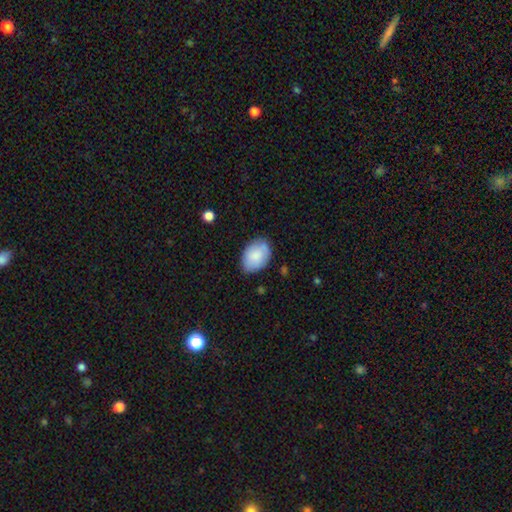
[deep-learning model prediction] Overall: smooth (83%). How rounded: in between (85%). Merging: none (74%).